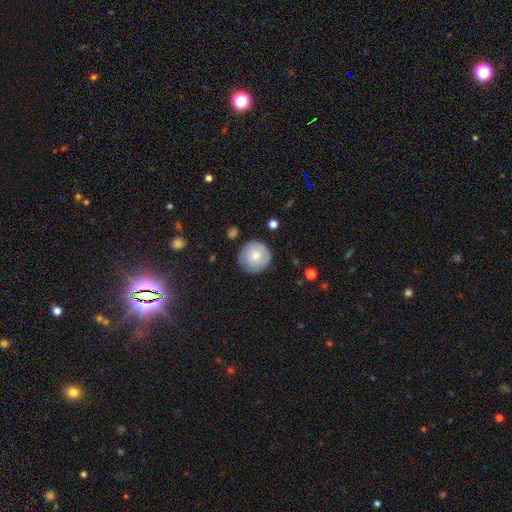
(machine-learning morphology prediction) A smooth galaxy with no disk features (74%) that is round (95%).

Vote fractions:
- Smooth or featured? smooth: 74% / featured or disk: 19% / star or artifact: 7%
- How rounded? round: 95% / in between: 4% / cigar-shaped: 1%
- Merging? none: 84% / minor disturbance: 12% / major disturbance: 3% / merger: 1%